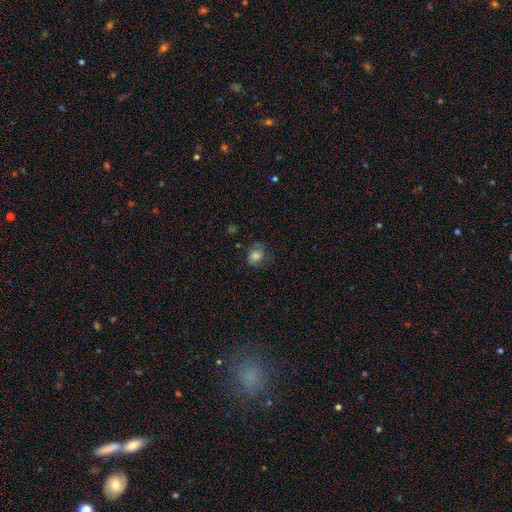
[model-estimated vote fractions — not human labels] The model was most divided on "how rounded": round: 56%, in between: 43%, cigar-shaped: 1%. More confident: smooth or featured — smooth (69%); merging — none (61%).